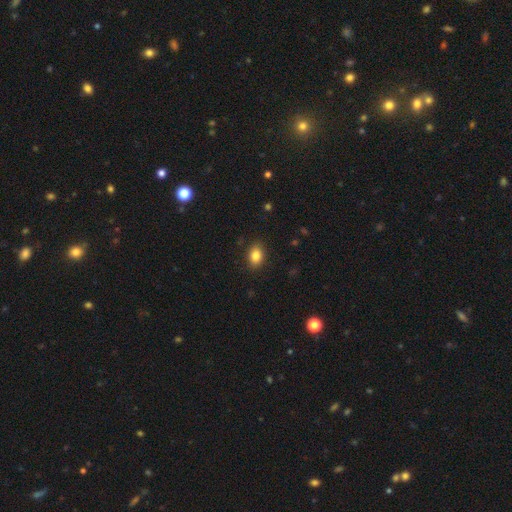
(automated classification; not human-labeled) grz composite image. It shows a smooth galaxy with no disk features (85%) that is in between round and cigar-shaped (78%). Merging: none (87%).